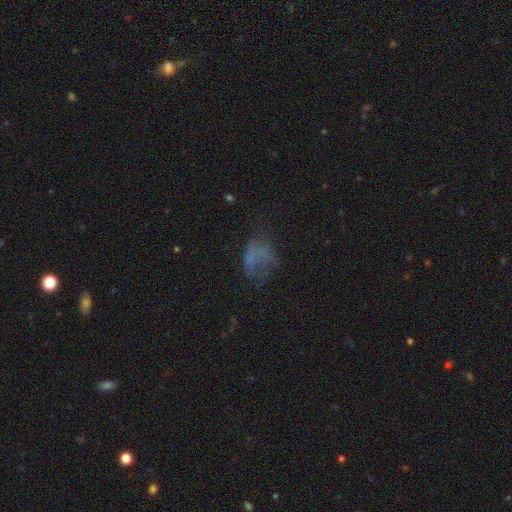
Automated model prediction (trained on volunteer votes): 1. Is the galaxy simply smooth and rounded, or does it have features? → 44% smooth, 32% featured or disk, 24% star or artifact.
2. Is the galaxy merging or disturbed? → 37% major disturbance (tied), 37% none (tied), 22% minor disturbance, 4% merger.